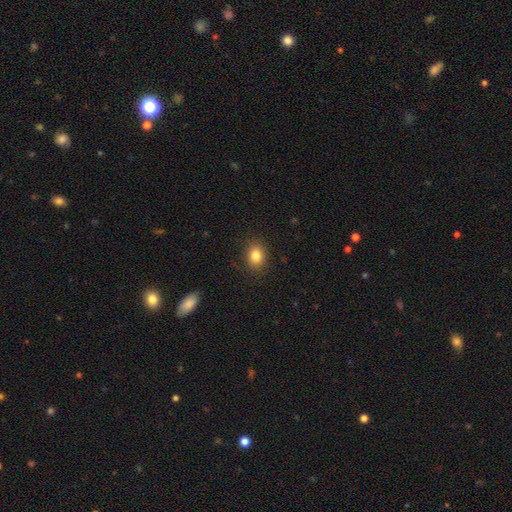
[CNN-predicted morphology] smooth 83%, star or artifact 10%, featured or disk 7%. Down the decision tree: how rounded — in between (55%); merging — none (88%).